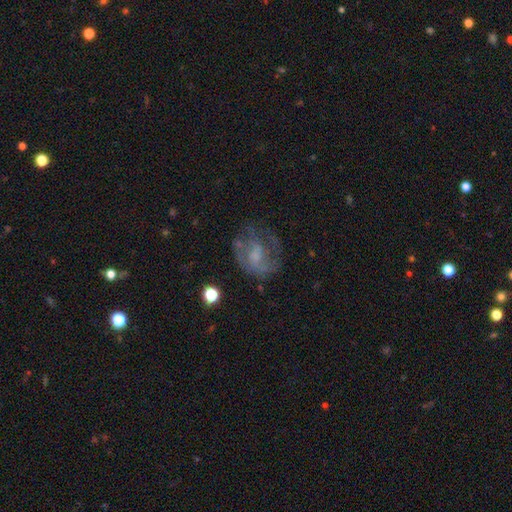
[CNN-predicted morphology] A featured or disk galaxy (61%) with no bar (62%), spiral arms (64%) and a small central bulge (36%). Merging: none (51%).